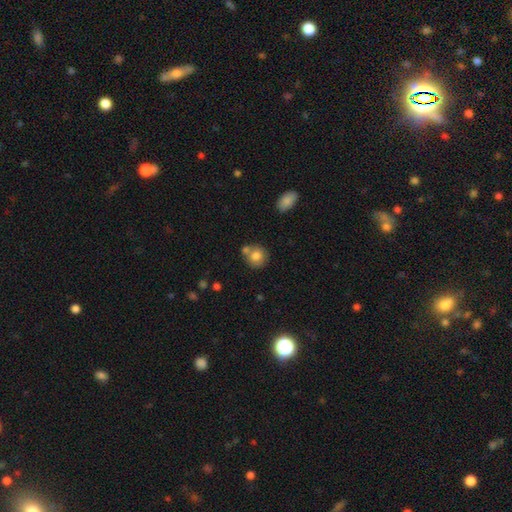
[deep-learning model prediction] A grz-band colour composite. It shows a smooth galaxy with no disk features (78%) that is round (85%). Merging: none (60%).